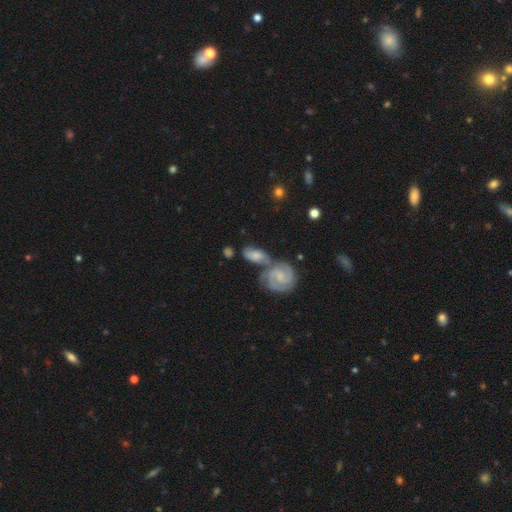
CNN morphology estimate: Smooth or featured: featured or disk — 69% (smooth — 22%)
Edge-on disk: no — 93% (yes — 7%)
Bar: no — 50% (weak — 39%)
Spiral arms: yes — 93% (no — 7%)
Spiral winding: tight — 57% (medium — 34%)
Spiral arm count: 2 — 67% (can't tell — 13%)
Bulge size: small — 52% (moderate — 35%)
Merging: merger — 48% (none — 36%)